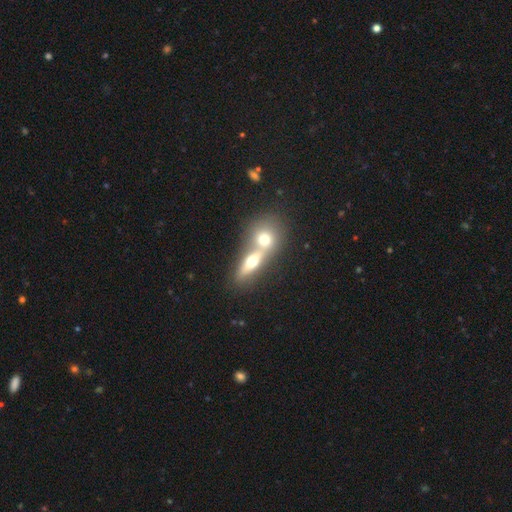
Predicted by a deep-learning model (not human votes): Q: Smooth or featured?
A: smooth (53%); runner-up: featured or disk (36%)
Q: How rounded?
A: in between (46%); runner-up: round (33%)
Q: Merging?
A: merger (72%); runner-up: none (20%)